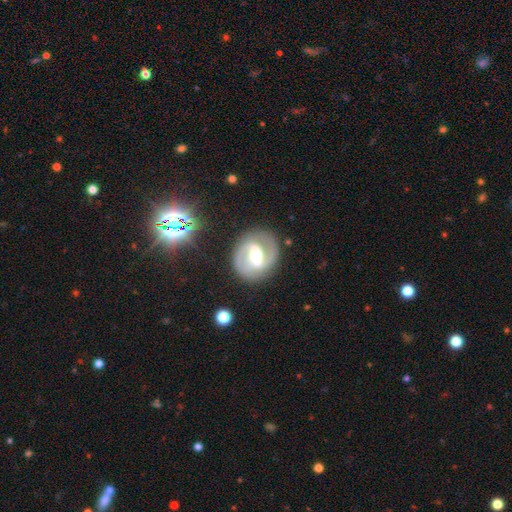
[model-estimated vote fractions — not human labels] Overall: featured or disk (86%). Edge-on disk: no (97%). Bar: strong (56%; weak 35%). Spiral arms: yes (94%). Spiral arm count: 2 (91%). Spiral winding: medium (51%; tight 35%). Bulge size: moderate (62%; small 23%). Merging: none (83%).